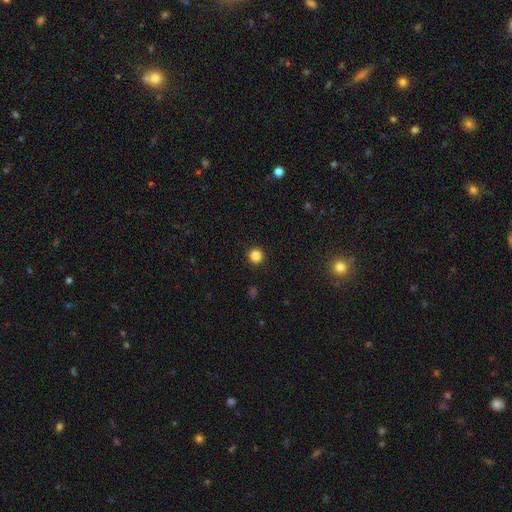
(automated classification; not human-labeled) smooth 83%, star or artifact 13%, featured or disk 4%. Down the decision tree: how rounded — round (94%); merging — none (93%).